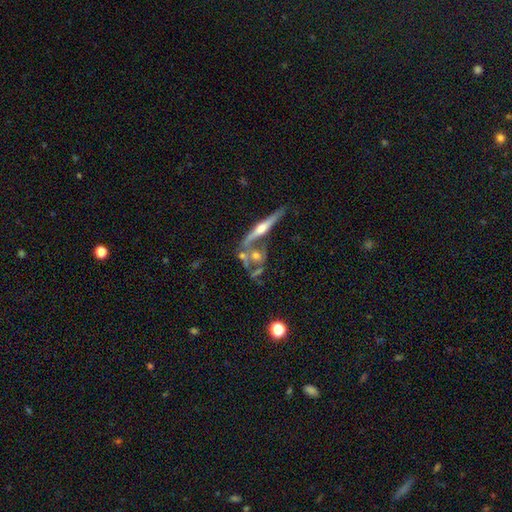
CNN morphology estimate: This is likely a featured or disk galaxy (63%). It is likely viewed edge-on (70%). Merging: marginally none (43%).